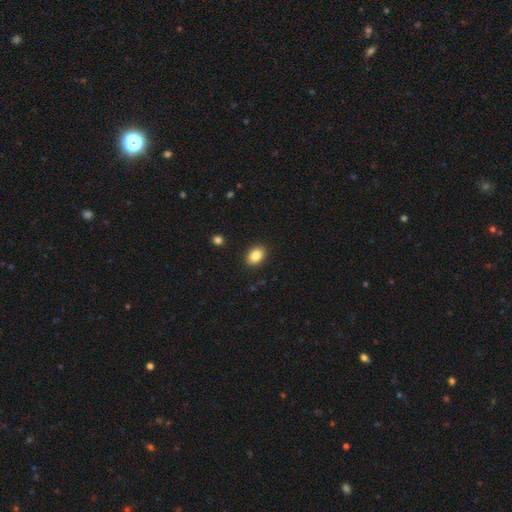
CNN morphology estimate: This is clearly a smooth galaxy (85%). How rounded: likely in between (76%). Merging: clearly none (90%).